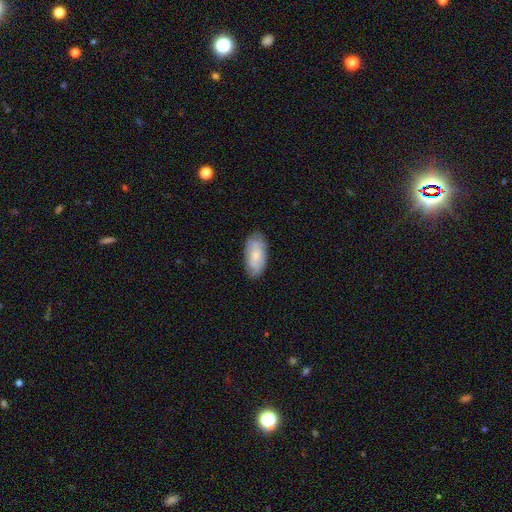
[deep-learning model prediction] smooth_or_featured: smooth (p=0.63) [alt: featured or disk p=0.30]
how_rounded: in between (p=0.93) [alt: cigar-shaped p=0.04]
merging: none (p=0.77) [alt: minor disturbance p=0.18]